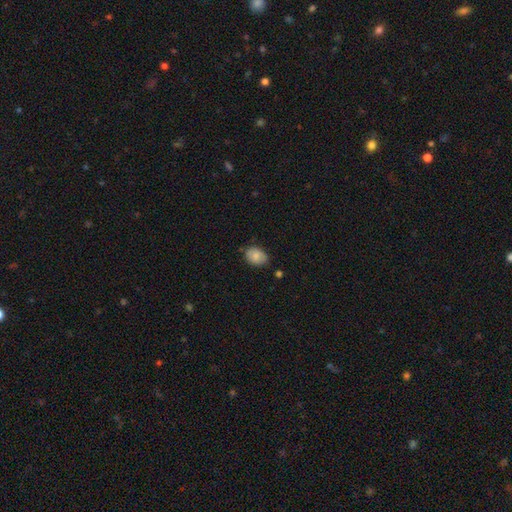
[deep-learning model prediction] Smooth or featured? Predicted: smooth (p=0.82). How rounded? Predicted: in between (p=0.73). Merging? Predicted: none (p=0.73).